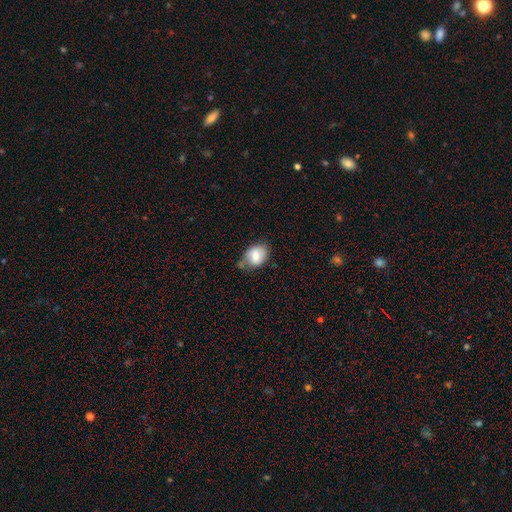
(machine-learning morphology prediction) Overall: smooth (74%). How rounded: in between (64%; round 35%). Merging: none (56%; minor disturbance 30%).